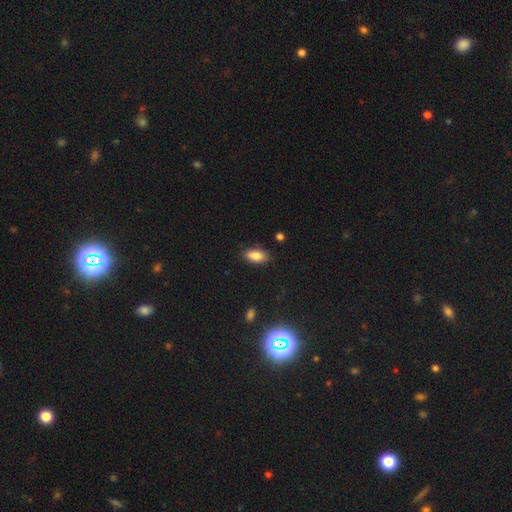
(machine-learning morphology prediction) smooth_or_featured: smooth (p=0.84) [alt: star or artifact p=0.08]
how_rounded: in between (p=0.89) [alt: cigar-shaped p=0.07]
merging: none (p=0.84) [alt: minor disturbance p=0.12]